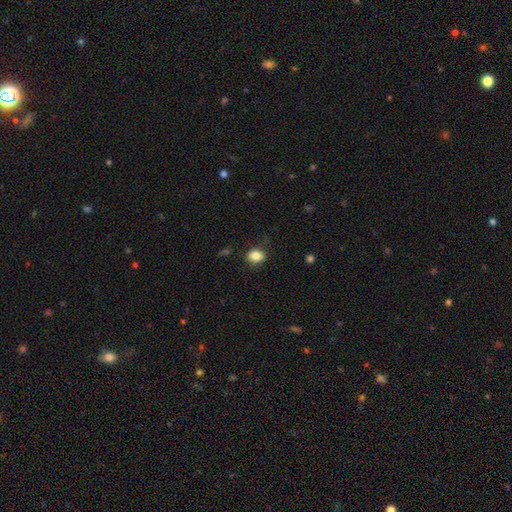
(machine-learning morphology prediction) This is clearly a smooth galaxy (86%). How rounded: likely in between (62%). Merging: likely none (80%).